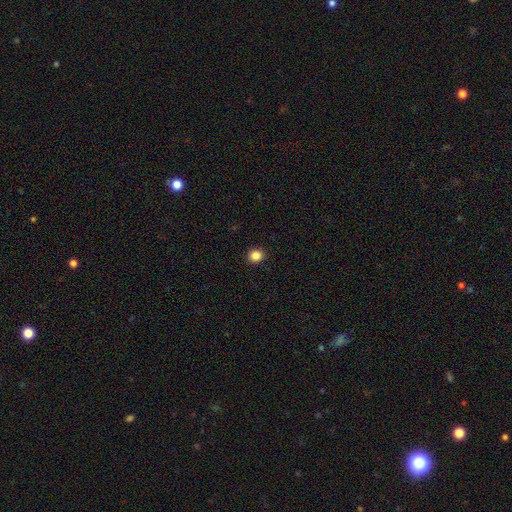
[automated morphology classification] Smooth or featured?
  - smooth: 85% *
  - star or artifact: 11%
  - featured or disk: 4%
How rounded?
  - round: 84% *
  - in between: 15%
  - cigar-shaped: 1%
Merging?
  - none: 93% *
  - minor disturbance: 5%
  - major disturbance: 2%
  - merger: 1%